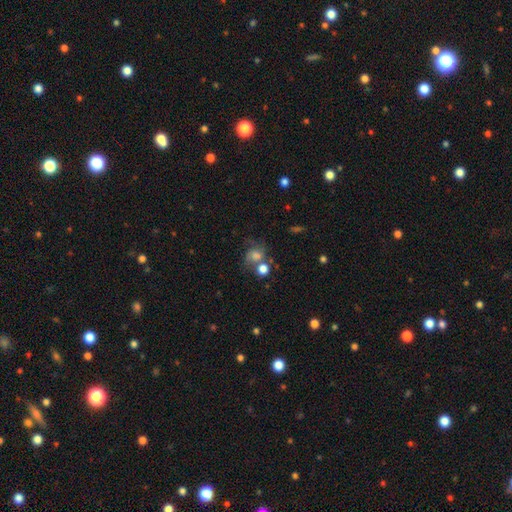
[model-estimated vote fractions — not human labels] This is possibly a smooth galaxy (53%). How rounded: likely round (67%). Merging: marginally none (40%).